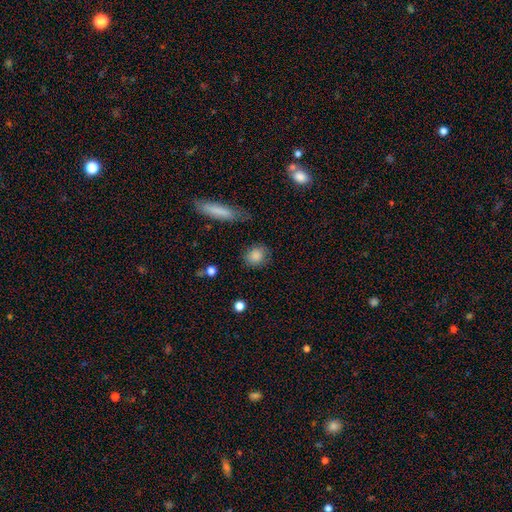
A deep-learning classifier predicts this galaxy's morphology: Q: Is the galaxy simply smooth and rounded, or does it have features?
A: smooth — 85%.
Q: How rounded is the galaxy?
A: round — 75%.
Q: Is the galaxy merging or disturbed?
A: none — 79%.